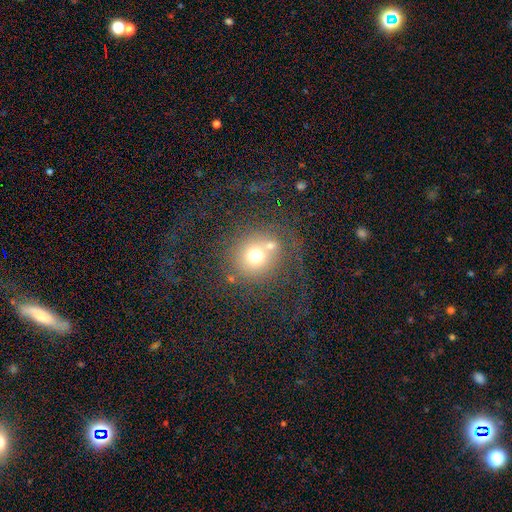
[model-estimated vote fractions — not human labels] This appears to be a smooth galaxy with no disk features (64%) that is round (87%). Merging: none (55%).